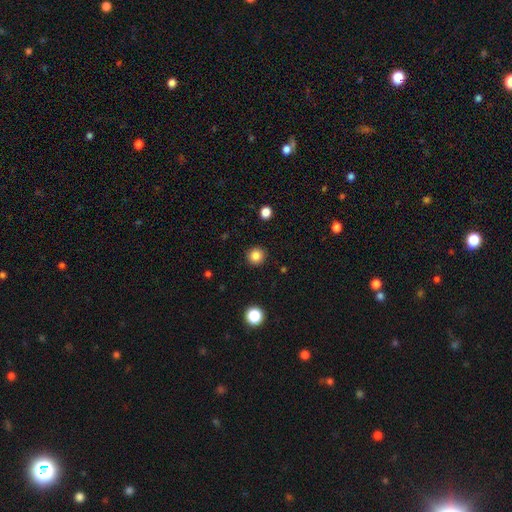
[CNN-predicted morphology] Smooth or featured: smooth — 85% (star or artifact — 11%)
How rounded: round — 95% (in between — 4%)
Merging: none — 92% (minor disturbance — 5%)